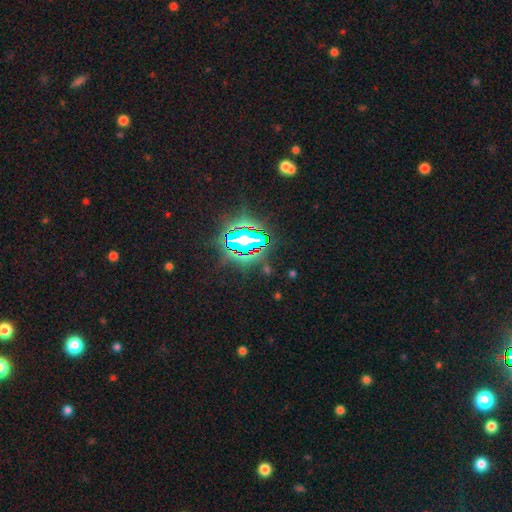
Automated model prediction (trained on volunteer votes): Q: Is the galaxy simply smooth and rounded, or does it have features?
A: star or artifact — 83%.